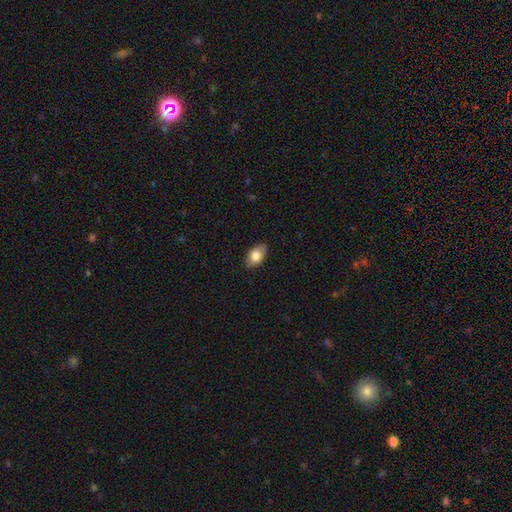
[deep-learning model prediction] The model was most divided on "smooth or featured": smooth: 78%, featured or disk: 15%, star or artifact: 7%. More confident: how rounded — in between (92%); merging — none (86%).